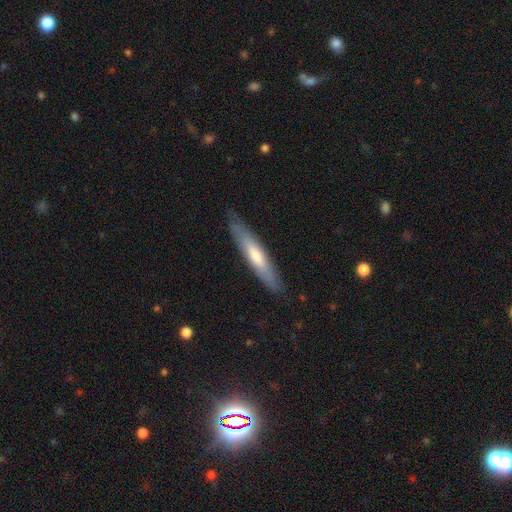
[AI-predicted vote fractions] This appears to be a featured or disk galaxy (49%). Merging: none (85%).